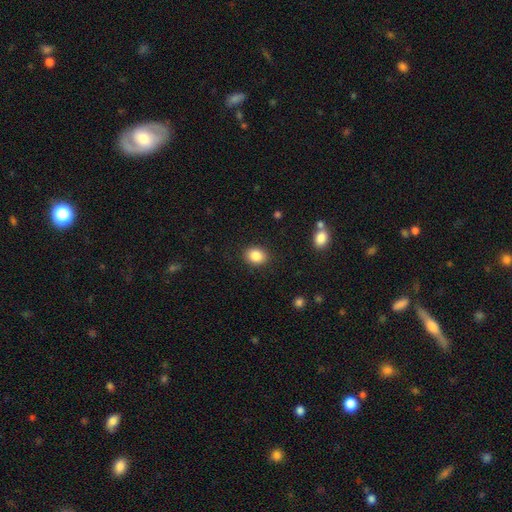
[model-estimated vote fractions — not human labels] Morphology: type=smooth (86%); roundness=in between (53%); merging=none (88%).